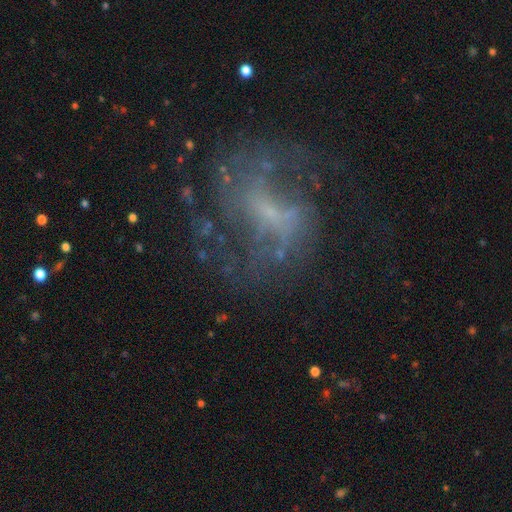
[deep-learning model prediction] This is likely a featured or disk galaxy (72%). It is clearly not viewed edge-on (97%). Bar: marginally weak (44%). Spiral arm pattern: likely yes (70%). Central bulge: possibly small (55%). Merging: possibly none (56%).